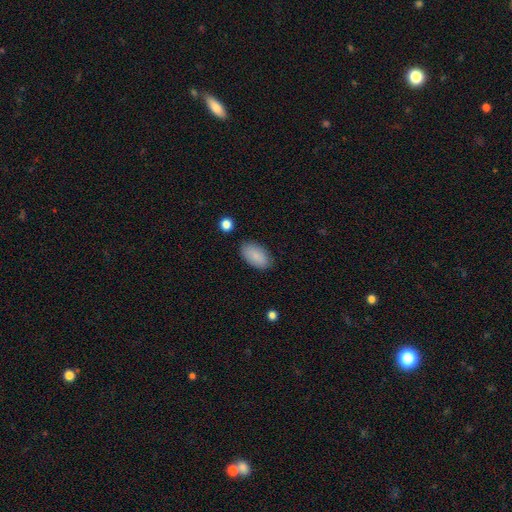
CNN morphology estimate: The model was most divided on "merging": none: 85%, minor disturbance: 11%, major disturbance: 3%, merger: 1%. More confident: how rounded — in between (95%); smooth or featured — smooth (86%).